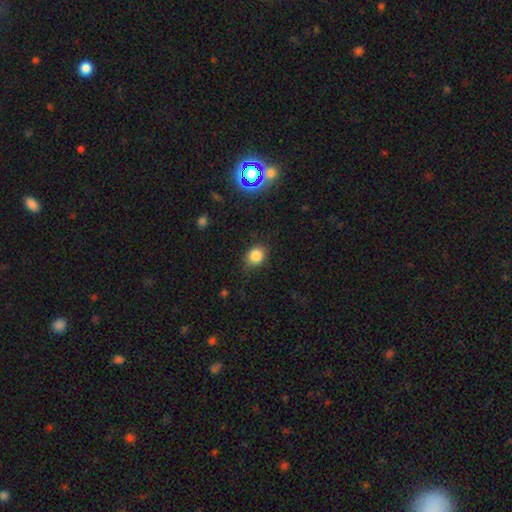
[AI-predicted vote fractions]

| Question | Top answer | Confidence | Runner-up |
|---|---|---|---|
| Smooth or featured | smooth | 82% | star or artifact (12%) |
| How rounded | round | 65% | in between (34%) |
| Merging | none | 79% | minor disturbance (16%) |